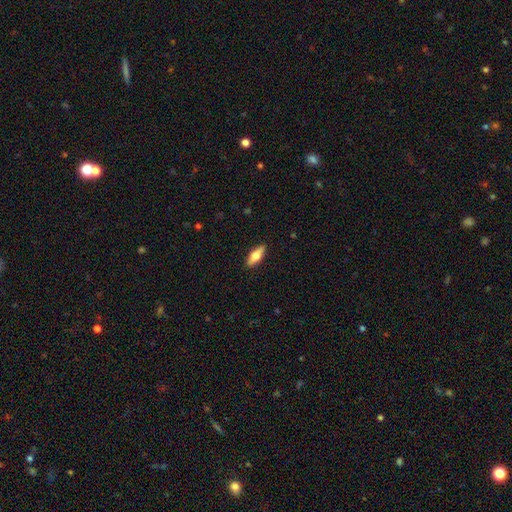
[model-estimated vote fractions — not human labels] Smooth or featured: smooth — 61% (featured or disk — 33%)
How rounded: in between — 67% (cigar-shaped — 30%)
Merging: none — 89% (minor disturbance — 8%)